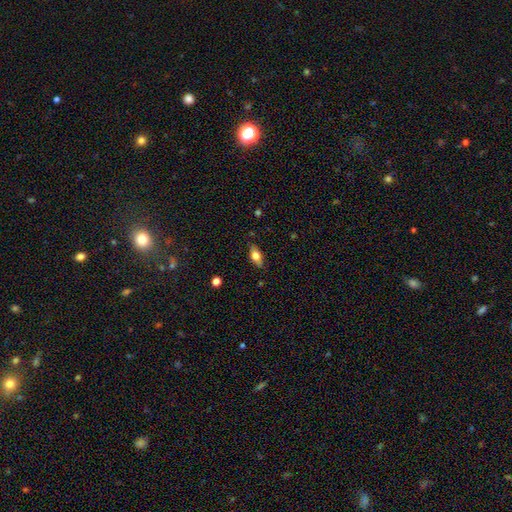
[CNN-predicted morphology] smooth-or-featured: smooth: 65% | featured or disk: 27% | star or artifact: 8%
  how-rounded: in between: 80% | cigar-shaped: 15% | round: 5%
  merging: none: 82% | minor disturbance: 14% | major disturbance: 3% | merger: 1%